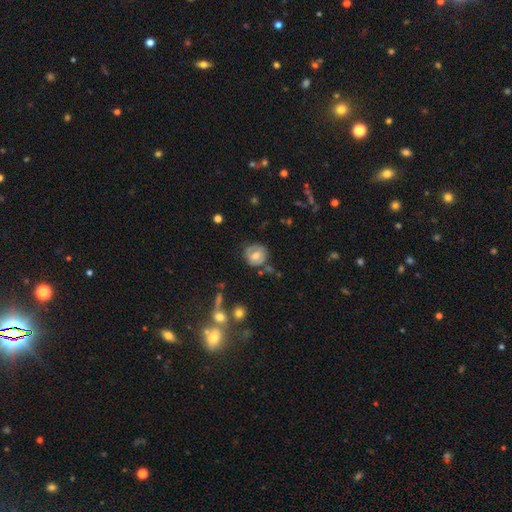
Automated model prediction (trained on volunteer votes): This appears to be a smooth galaxy with no disk features (54%) that is round (86%). Merging: none (70%).